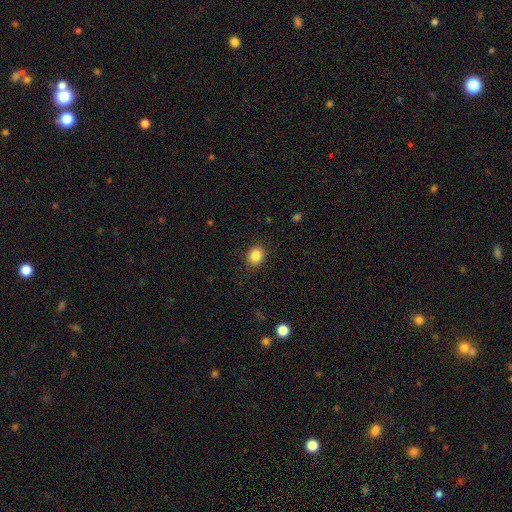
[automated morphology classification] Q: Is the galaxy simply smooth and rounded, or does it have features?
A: smooth — 86%.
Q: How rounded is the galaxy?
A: round — 54%.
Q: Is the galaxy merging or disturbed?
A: none — 88%.